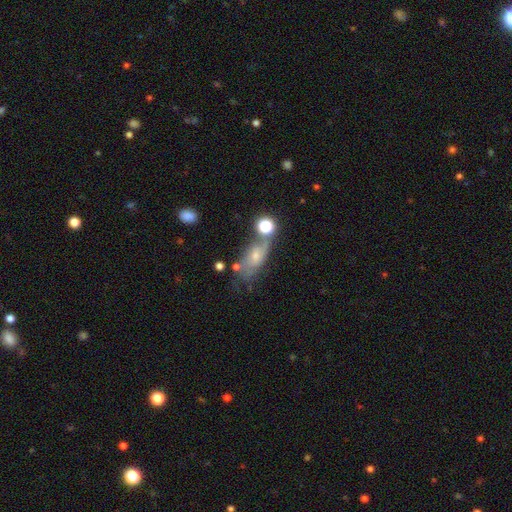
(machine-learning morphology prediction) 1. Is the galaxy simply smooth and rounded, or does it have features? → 47% smooth, 40% featured or disk, 12% star or artifact.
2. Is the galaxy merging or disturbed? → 38% none, 24% minor disturbance, 19% major disturbance, 19% merger.